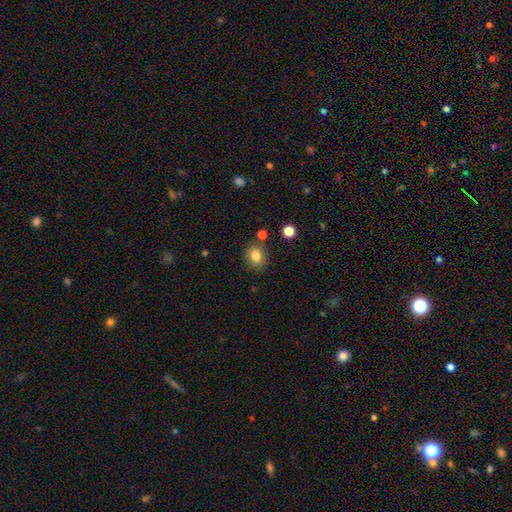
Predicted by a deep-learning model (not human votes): Q: Smooth or featured?
A: smooth (82%); runner-up: star or artifact (10%)
Q: How rounded?
A: round (60%); runner-up: in between (39%)
Q: Merging?
A: none (81%); runner-up: minor disturbance (11%)